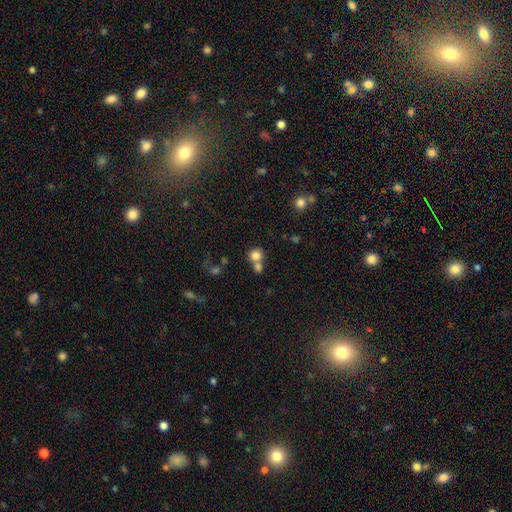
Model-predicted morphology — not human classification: This appears to be a smooth galaxy with no disk features (80%) that is round (85%). Merging: merger (45%, tied with none).